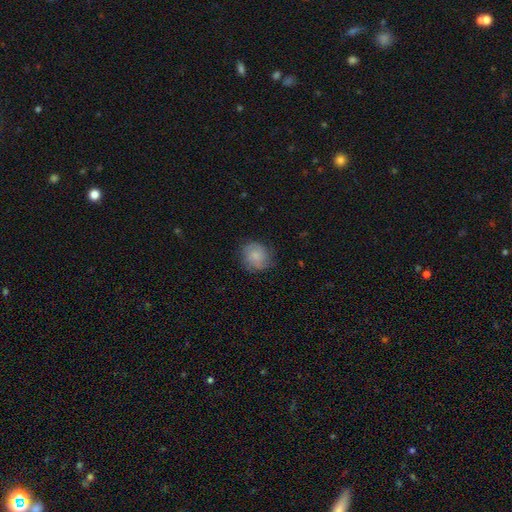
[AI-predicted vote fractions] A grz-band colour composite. It shows a smooth galaxy with no disk features (74%) that is round (82%). Merging: none (76%).